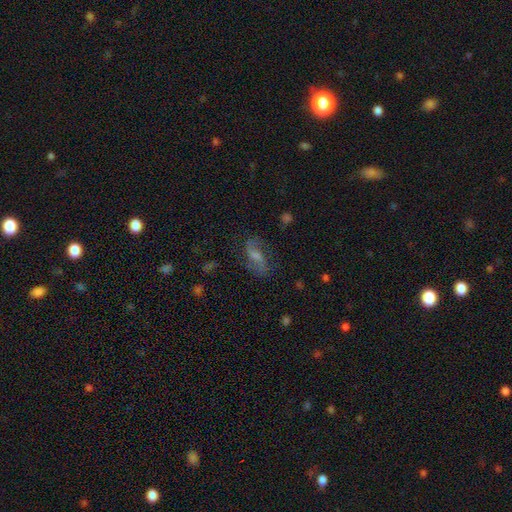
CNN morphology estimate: A featured or disk galaxy (69%) with a weak bar (48%), 2 (88%) loose (43%, tied with medium) spiral arms (91%) and a moderate central bulge (42%).

Vote fractions:
- Smooth or featured? featured or disk: 69% / smooth: 18% / star or artifact: 13%
- Edge-on disk? no: 94% / yes: 6%
- Bar? weak: 48% / no: 31% / strong: 22%
- Spiral arms? yes: 91% / no: 9%
- Spiral winding? loose: 43% (tied) / medium: 43% (tied) / tight: 14%
- Spiral arm count? 2: 88% / can't tell: 6% / 1: 3% / 3: 1% / 4: 1% / more than 4: 1%
- Bulge size? moderate: 42% / small: 30% / none: 13% / large: 12% / dominant: 2%
- Merging? none: 75% / minor disturbance: 15% / major disturbance: 8% / merger: 2%